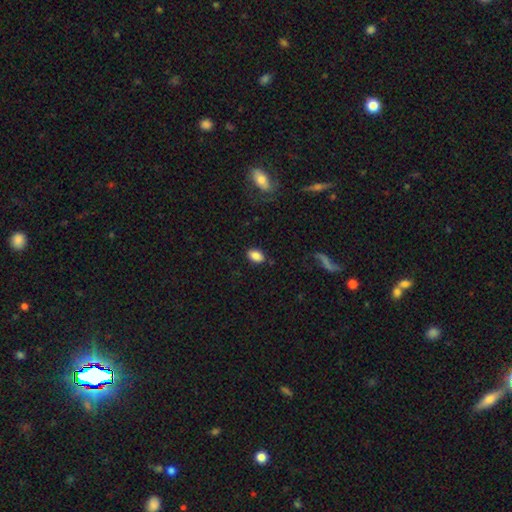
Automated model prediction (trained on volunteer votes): smooth 85%, star or artifact 9%, featured or disk 6%. Down the decision tree: how rounded — in between (89%); merging — none (82%).